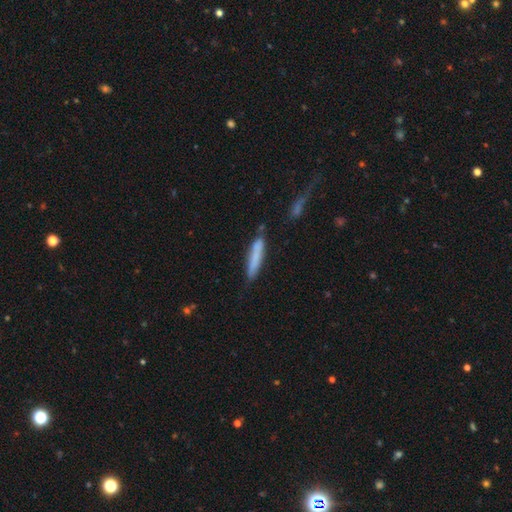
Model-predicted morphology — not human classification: A smooth galaxy with no disk features (74%) that is cigar-shaped (89%).

Vote fractions:
- Smooth or featured? smooth: 74% / featured or disk: 19% / star or artifact: 7%
- How rounded? cigar-shaped: 89% / in between: 9% / round: 1%
- Merging? none: 71% / minor disturbance: 18% / merger: 6% / major disturbance: 5%